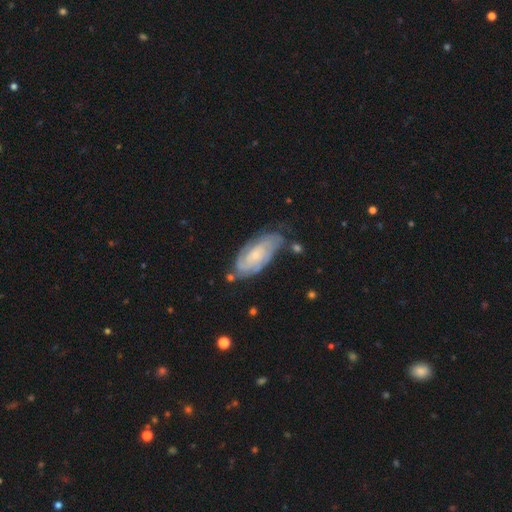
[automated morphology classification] featured or disk 77%, smooth 17%, star or artifact 6%. Down the decision tree: edge-on disk — no (93%); bar — no (67%); spiral arms — yes (94%); spiral arm count — 2 (35%); spiral winding — tight (66%); bulge size — small (66%); merging — none (62%).